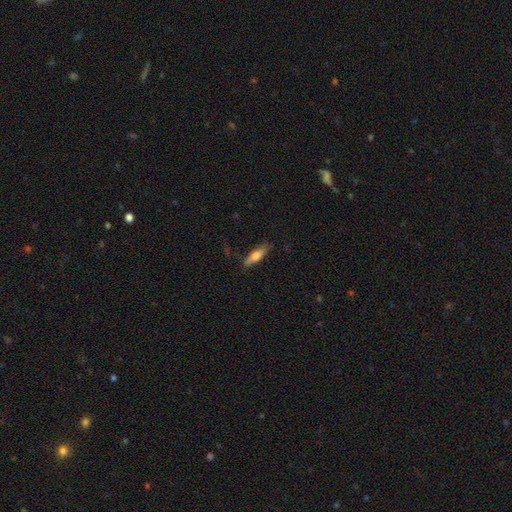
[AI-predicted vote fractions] This appears to be a smooth galaxy with no disk features (65%) that is cigar-shaped (58%). Merging: none (77%).